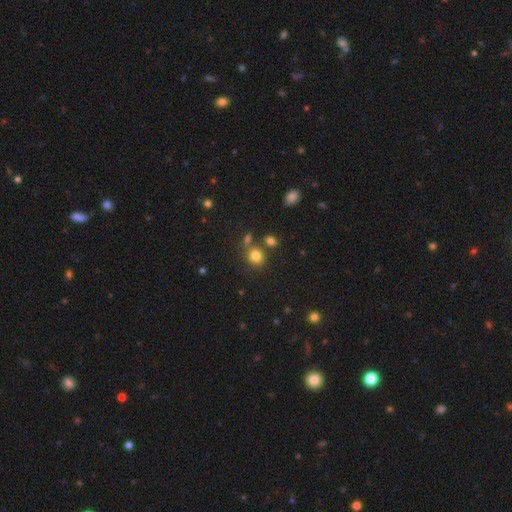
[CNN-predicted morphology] smooth_or_featured: smooth (p=0.79) [alt: star or artifact p=0.14]
how_rounded: round (p=0.81) [alt: in between p=0.18]
merging: none (p=0.70) [alt: merger p=0.15]